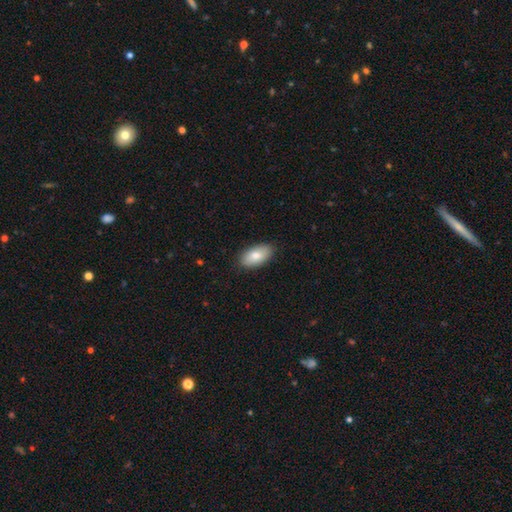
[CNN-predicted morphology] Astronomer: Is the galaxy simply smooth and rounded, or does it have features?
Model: smooth — 80%.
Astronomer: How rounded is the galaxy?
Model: in between — 94%.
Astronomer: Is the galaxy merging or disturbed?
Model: none — 88%.